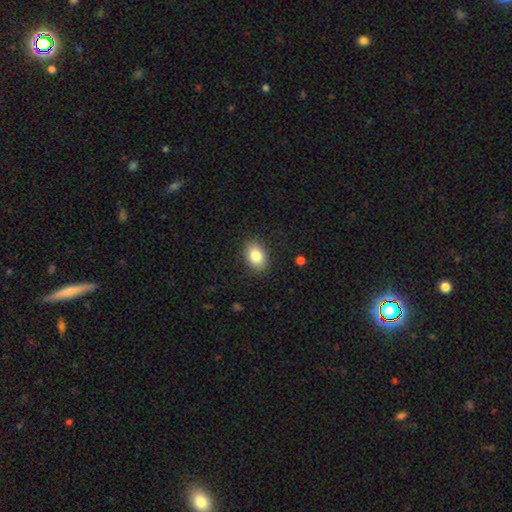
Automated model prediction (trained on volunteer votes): Morphology: type=smooth (83%); roundness=in between (83%); merging=none (87%).